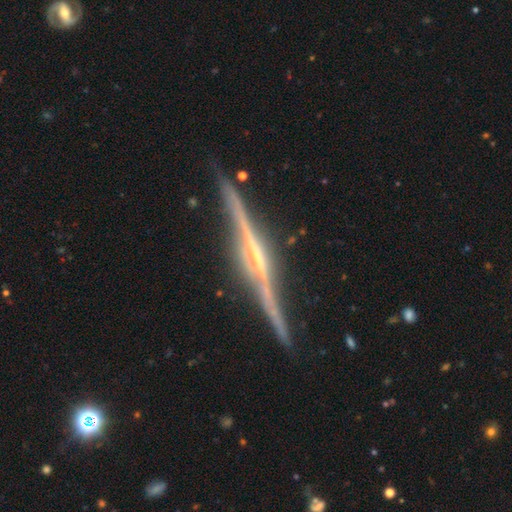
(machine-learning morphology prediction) featured or disk 89%, smooth 6%, star or artifact 5%. Down the decision tree: edge-on disk — yes (98%); edge-on bulge — rounded (46%); merging — none (87%).